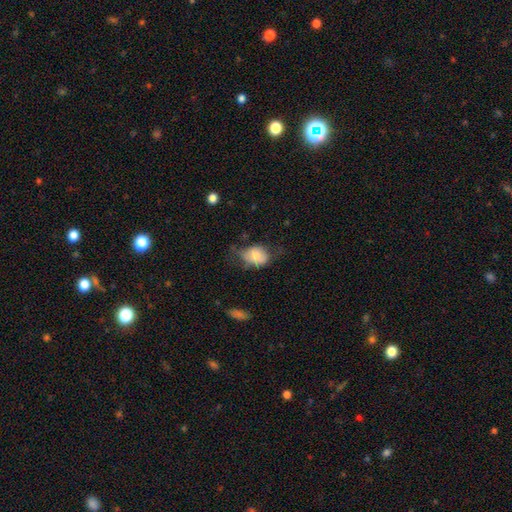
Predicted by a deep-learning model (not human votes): Smooth or featured: smooth — 72% (featured or disk — 19%)
How rounded: in between — 67% (round — 32%)
Merging: none — 45% (minor disturbance — 37%)